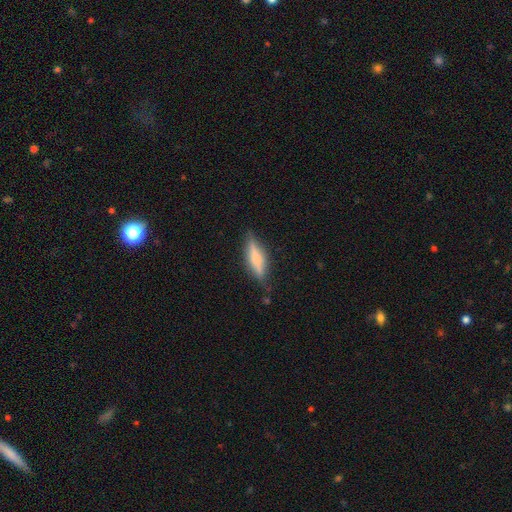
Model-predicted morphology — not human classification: smooth_or_featured: smooth (p=0.52) [alt: featured or disk p=0.41]
how_rounded: cigar-shaped (p=0.67) [alt: in between p=0.31]
merging: none (p=0.79) [alt: minor disturbance p=0.15]